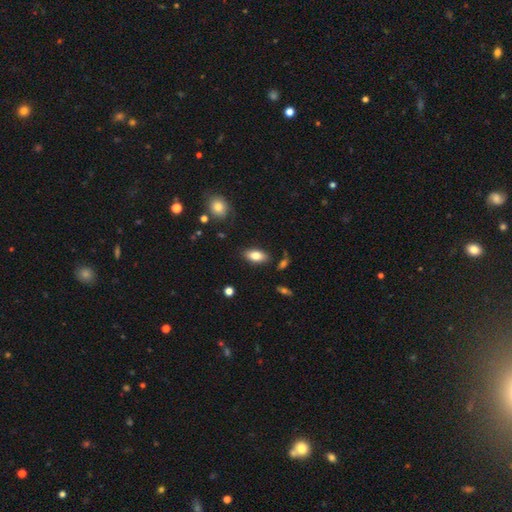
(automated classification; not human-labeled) This appears to be a smooth galaxy with no disk features (79%) that is in between round and cigar-shaped (90%). Merging: none (83%).